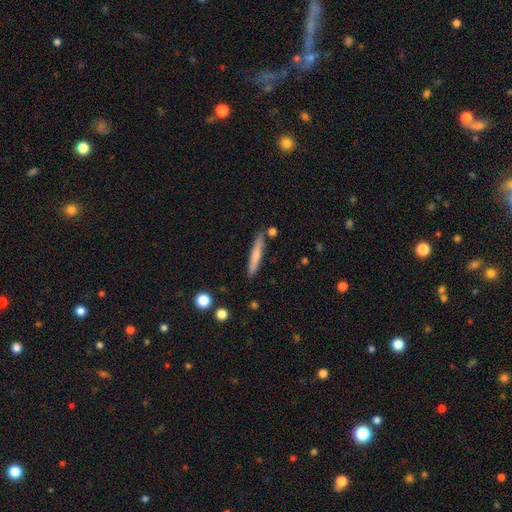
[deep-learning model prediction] smooth 65%, featured or disk 30%, star or artifact 6%. Down the decision tree: how rounded — cigar-shaped (94%); merging — none (84%).